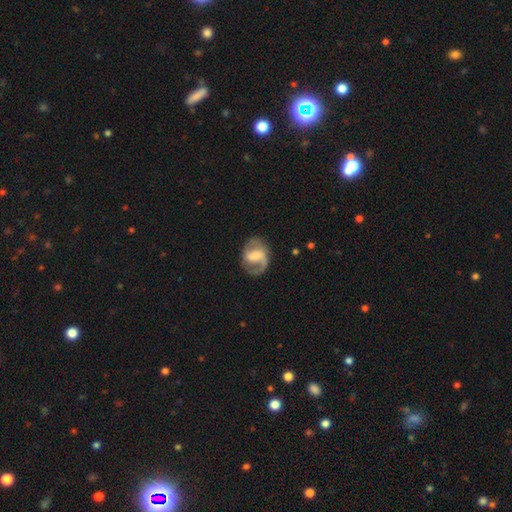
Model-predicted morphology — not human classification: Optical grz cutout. It shows a featured or disk galaxy (77%) with a weak bar (46%), 2 (79%) medium (49%) spiral arms (90%) and a moderate central bulge (33%). Merging: none (70%).